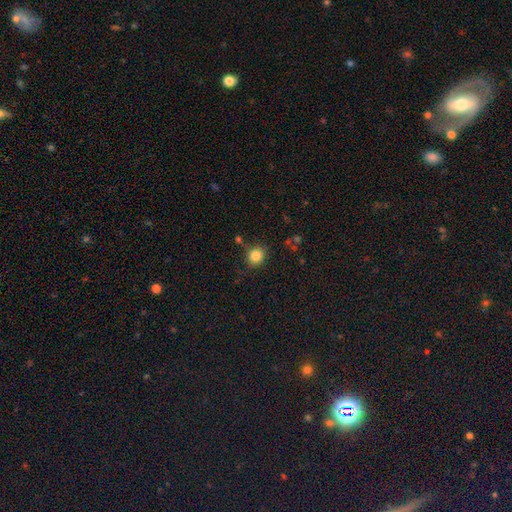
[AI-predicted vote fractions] Morphology: type=smooth (83%); roundness=round (84%); merging=none (79%).